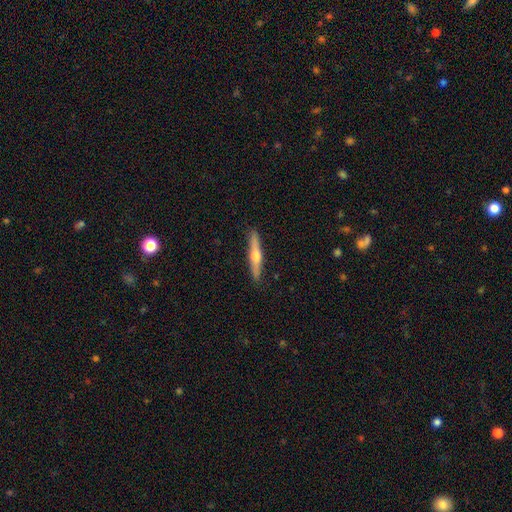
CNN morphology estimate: smooth-or-featured: featured or disk: 61% | smooth: 34% | star or artifact: 5%
  disk-edge-on: yes: 97% | no: 3%
    edge-on-bulge: rounded: 91% | none: 5% | boxy: 3%
  merging: none: 91% | minor disturbance: 7% | major disturbance: 1% | merger: 1%